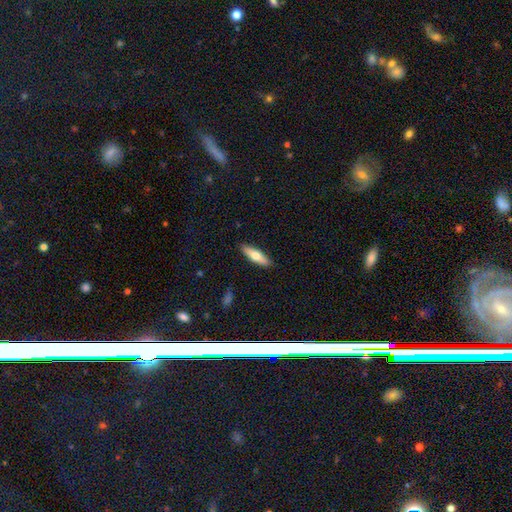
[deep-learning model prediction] smooth_or_featured: smooth (p=0.64) [alt: featured or disk p=0.31]
how_rounded: cigar-shaped (p=0.60) [alt: in between p=0.38]
merging: none (p=0.88) [alt: minor disturbance p=0.09]